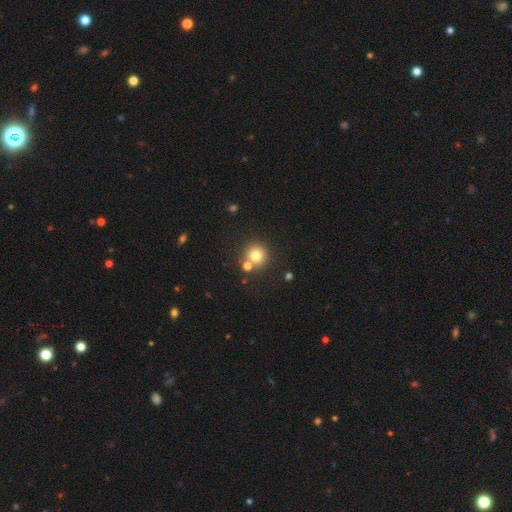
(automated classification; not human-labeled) smooth-or-featured: smooth: 77% | star or artifact: 13% | featured or disk: 10%
  how-rounded: round: 93% | in between: 6% | cigar-shaped: 1%
  merging: none: 71% | merger: 18% | minor disturbance: 8% | major disturbance: 3%